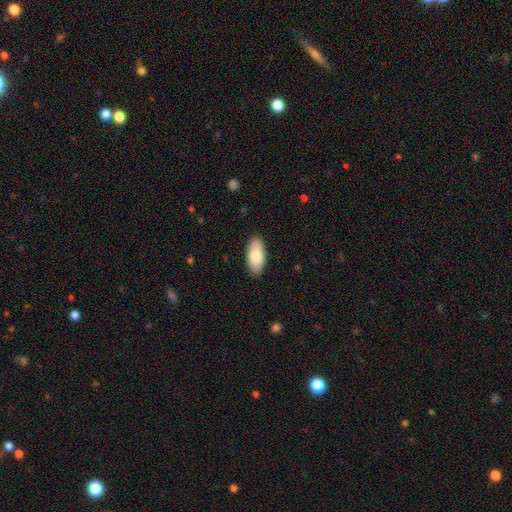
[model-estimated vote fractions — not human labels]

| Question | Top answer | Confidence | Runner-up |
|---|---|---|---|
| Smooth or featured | smooth | 81% | featured or disk (13%) |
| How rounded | in between | 90% | cigar-shaped (8%) |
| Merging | none | 88% | minor disturbance (9%) |